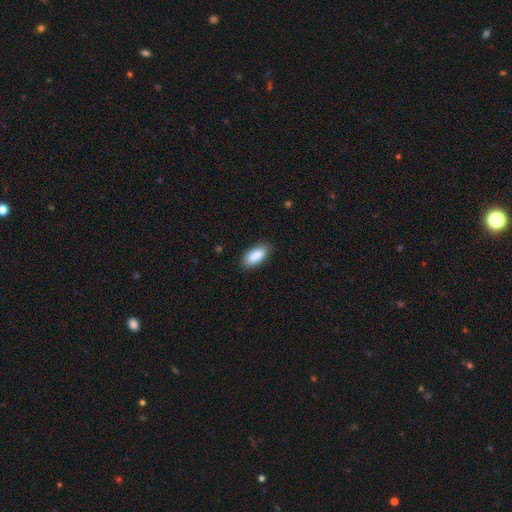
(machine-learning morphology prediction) This appears to be a smooth galaxy with no disk features (89%) that is in between round and cigar-shaped (89%). Merging: none (85%).